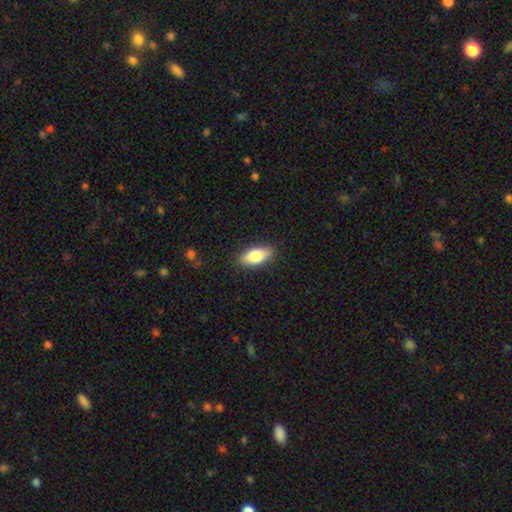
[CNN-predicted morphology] Q: Smooth or featured?
A: smooth (81%); runner-up: featured or disk (12%)
Q: How rounded?
A: in between (85%); runner-up: cigar-shaped (11%)
Q: Merging?
A: none (88%); runner-up: minor disturbance (9%)